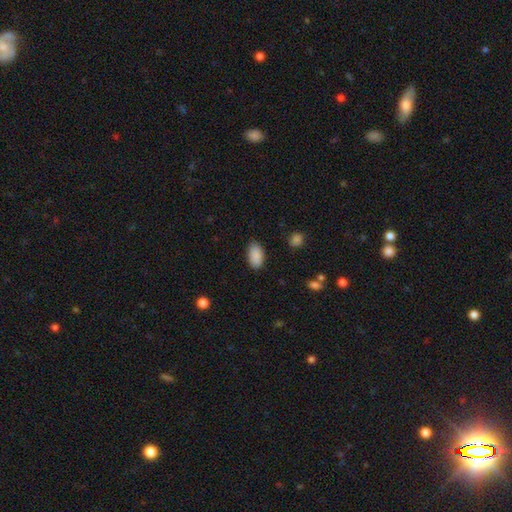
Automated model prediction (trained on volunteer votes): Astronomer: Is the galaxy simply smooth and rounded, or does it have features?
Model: smooth — 90%.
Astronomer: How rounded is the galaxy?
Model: in between — 94%.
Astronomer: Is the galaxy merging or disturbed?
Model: none — 85%.